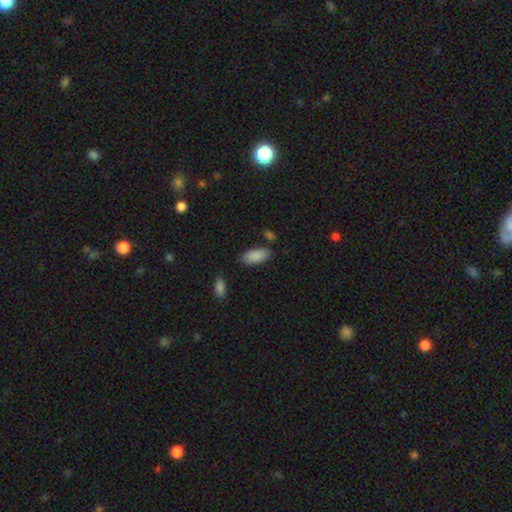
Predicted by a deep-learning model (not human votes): Q: Smooth or featured?
A: smooth (89%); runner-up: star or artifact (6%)
Q: How rounded?
A: in between (89%); runner-up: cigar-shaped (9%)
Q: Merging?
A: none (79%); runner-up: minor disturbance (14%)